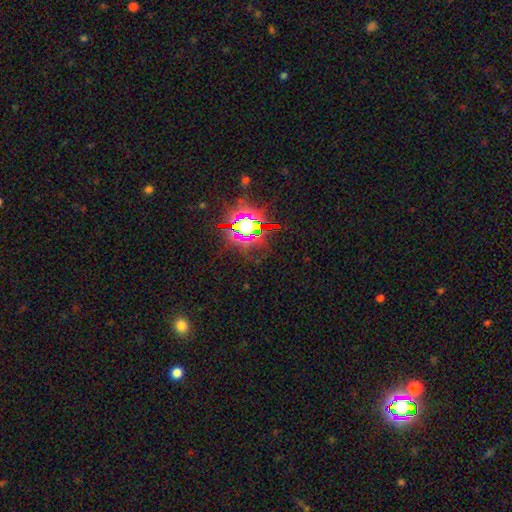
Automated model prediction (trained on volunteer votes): A star or artifact, not a galaxy (81%).